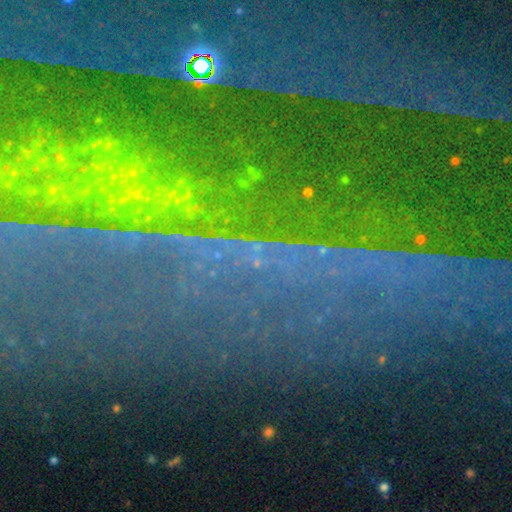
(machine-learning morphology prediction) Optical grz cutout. It shows a star or artifact, not a galaxy (82%).